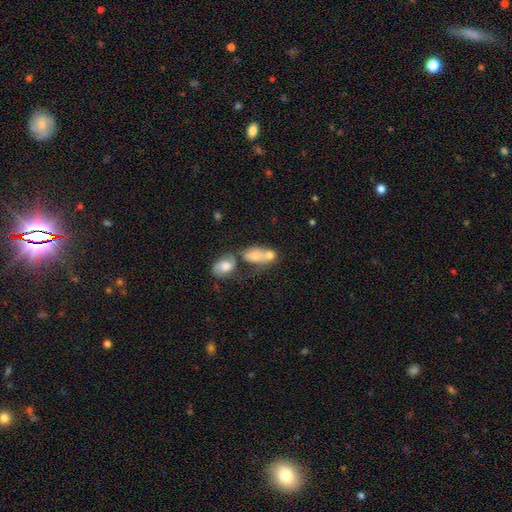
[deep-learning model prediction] A smooth galaxy with no disk features (61%) that is in between round and cigar-shaped (76%). Merging: merger (60%).